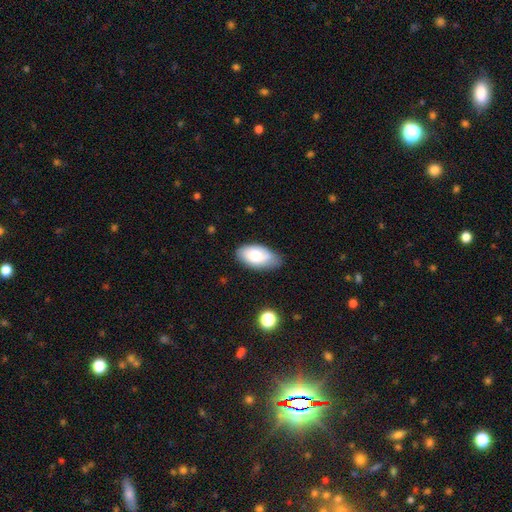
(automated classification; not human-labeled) A smooth galaxy with no disk features (75%) that is in between round and cigar-shaped (95%). Merging: none (68%).